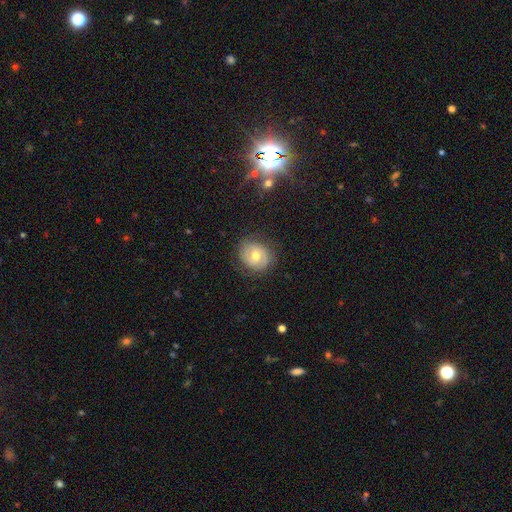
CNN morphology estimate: featured or disk 52%, smooth 39%, star or artifact 9%. Down the decision tree: edge-on disk — no (96%); merging — none (77%).